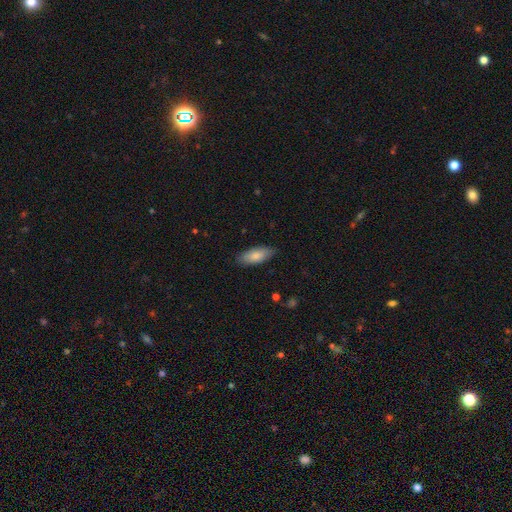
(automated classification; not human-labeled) Smooth or featured? smooth (82%)
How rounded? in between (78%)
Merging? none (84%)